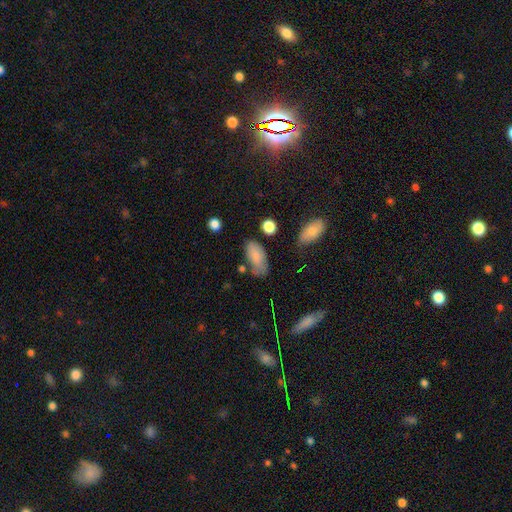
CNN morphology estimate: smooth_or_featured: smooth (p=0.82) [alt: featured or disk p=0.11]
how_rounded: in between (p=0.91) [alt: cigar-shaped p=0.06]
merging: none (p=0.57) [alt: minor disturbance p=0.28]